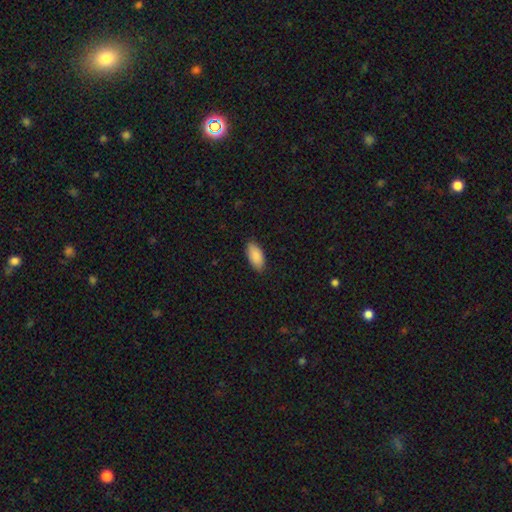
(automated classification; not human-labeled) smooth 89%, star or artifact 6%, featured or disk 5%. Down the decision tree: how rounded — in between (93%); merging — none (86%).